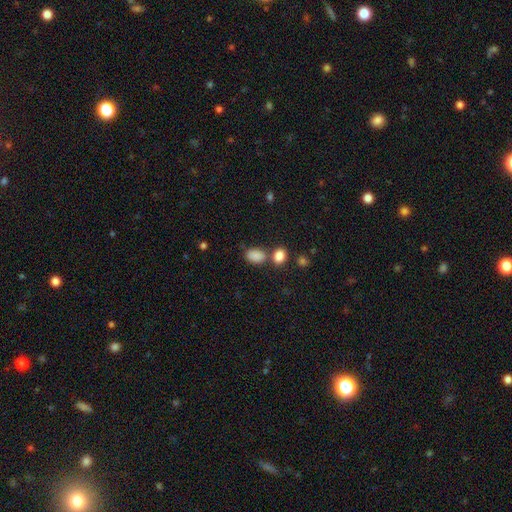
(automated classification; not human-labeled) This appears to be a smooth galaxy with no disk features (86%) that is in between round and cigar-shaped (86%). Merging: none (60%).